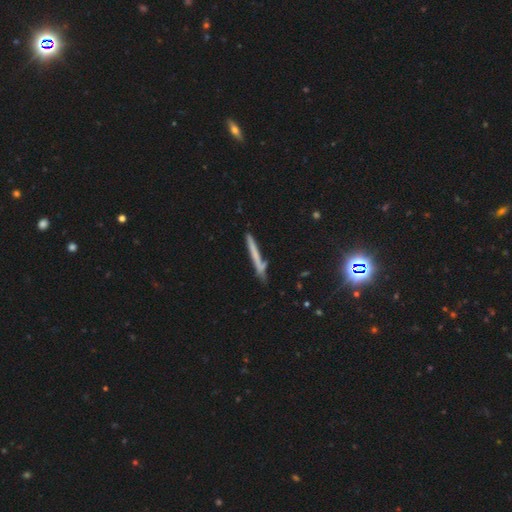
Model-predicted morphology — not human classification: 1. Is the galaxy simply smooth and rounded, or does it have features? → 53% smooth, 35% featured or disk, 12% star or artifact.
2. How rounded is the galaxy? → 95% cigar-shaped, 3% in between, 2% round.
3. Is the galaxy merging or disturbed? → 75% none, 16% minor disturbance, 5% merger, 4% major disturbance.